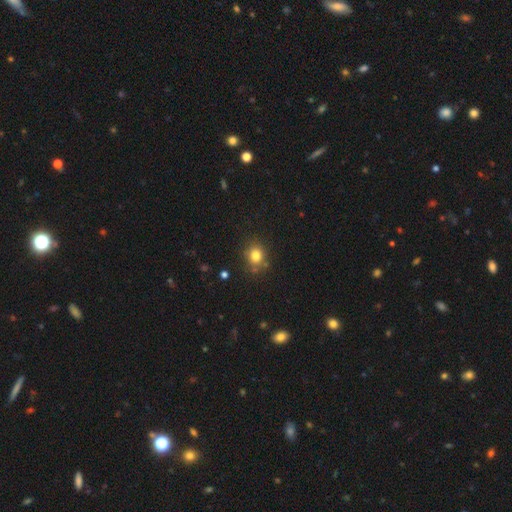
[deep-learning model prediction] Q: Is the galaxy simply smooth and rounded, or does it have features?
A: smooth — 80%.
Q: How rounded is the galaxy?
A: round — 74%.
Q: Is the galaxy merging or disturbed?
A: none — 79%.